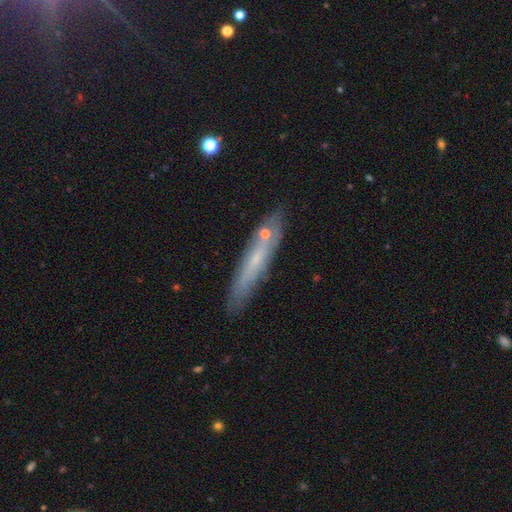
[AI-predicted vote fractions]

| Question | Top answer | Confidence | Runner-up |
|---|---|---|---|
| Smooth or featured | featured or disk | 44% | tied: smooth (44%) |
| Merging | none | 80% | minor disturbance (13%) |